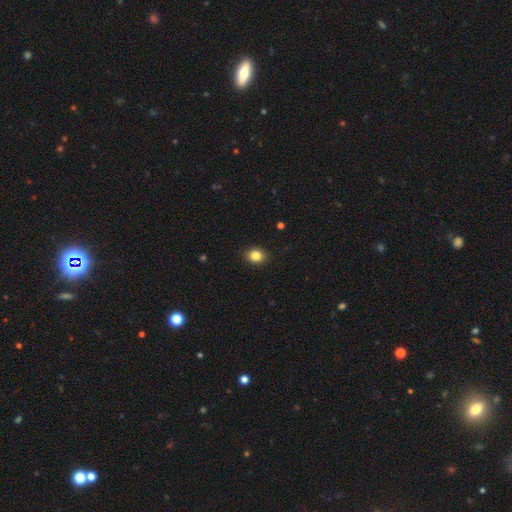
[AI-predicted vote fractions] smooth_or_featured: smooth (p=0.84) [alt: star or artifact p=0.10]
how_rounded: round (p=0.55) [alt: in between p=0.44]
merging: none (p=0.91) [alt: minor disturbance p=0.07]